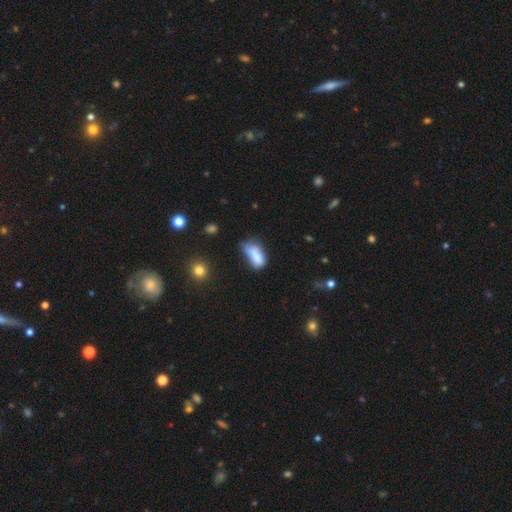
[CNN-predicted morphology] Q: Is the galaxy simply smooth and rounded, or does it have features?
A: smooth — 75%.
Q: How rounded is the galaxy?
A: in between — 81%.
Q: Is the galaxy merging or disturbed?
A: minor disturbance — 34%.